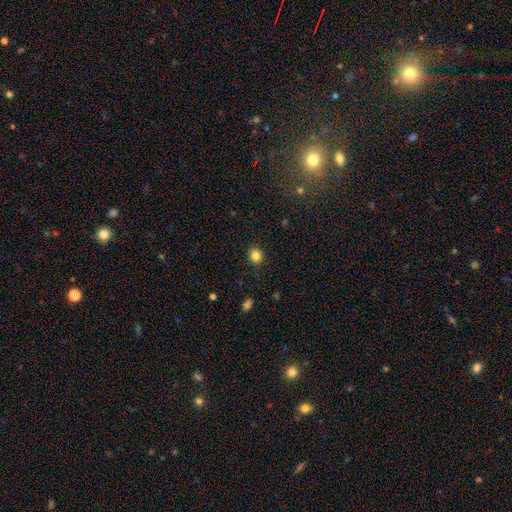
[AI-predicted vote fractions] Smooth or featured: smooth — 84% (star or artifact — 11%)
How rounded: round — 77% (in between — 22%)
Merging: none — 88% (minor disturbance — 8%)